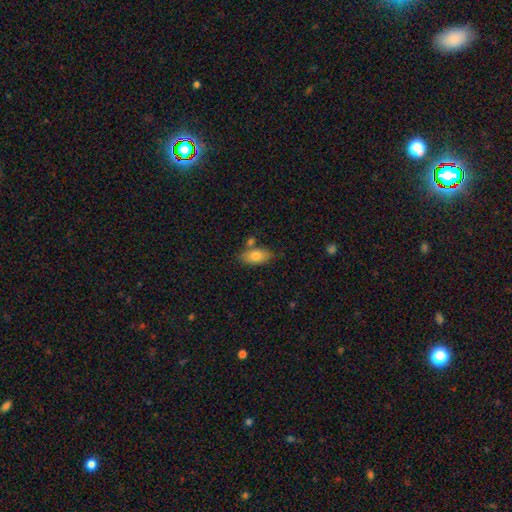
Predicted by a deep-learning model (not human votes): A smooth galaxy with no disk features (79%) that is in between round and cigar-shaped (89%). Merging: none (66%).